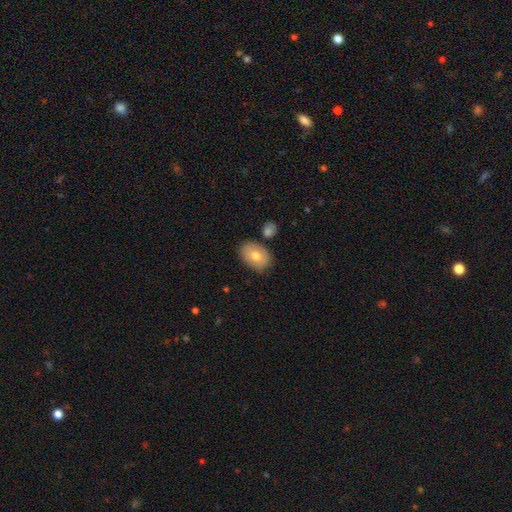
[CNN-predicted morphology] This appears to be a smooth galaxy with no disk features (73%) that is in between round and cigar-shaped (84%). Merging: none (76%).